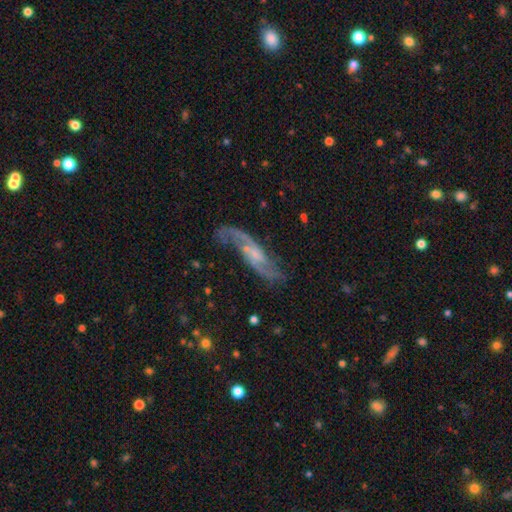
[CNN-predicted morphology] A featured or disk galaxy (85%) with a weak bar (43%), 2 (89%) loose (57%) spiral arms (95%) and a small central bulge (53%).

Vote fractions:
- Smooth or featured? featured or disk: 85% / smooth: 9% / star or artifact: 6%
- Edge-on disk? no: 89% / yes: 11%
- Bar? weak: 43% / no: 42% / strong: 14%
- Spiral arms? yes: 95% / no: 5%
- Spiral winding? loose: 57% / medium: 34% / tight: 9%
- Spiral arm count? 2: 89% / can't tell: 4% / 1: 3% / 3: 1% / 4: 1% / more than 4: 1%
- Bulge size? small: 53% / none: 24% / moderate: 20% / large: 2% / dominant: 1%
- Merging? none: 65% / minor disturbance: 19% / major disturbance: 12% / merger: 3%